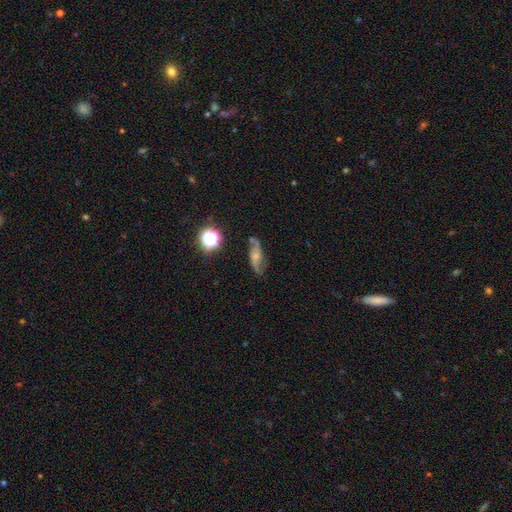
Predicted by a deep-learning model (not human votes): Q: Smooth or featured?
A: featured or disk (61%); runner-up: smooth (27%)
Q: Edge-on disk?
A: no (88%); runner-up: yes (12%)
Q: Bar?
A: no (60%); runner-up: weak (31%)
Q: Spiral arms?
A: yes (90%); runner-up: no (10%)
Q: Bulge size?
A: small (44%); runner-up: moderate (35%)
Q: Merging?
A: none (66%); runner-up: minor disturbance (21%)